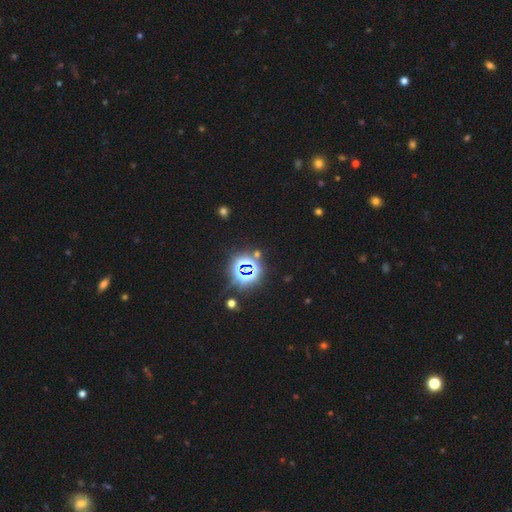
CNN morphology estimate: smooth_or_featured: star or artifact (p=0.79) [alt: smooth p=0.13]